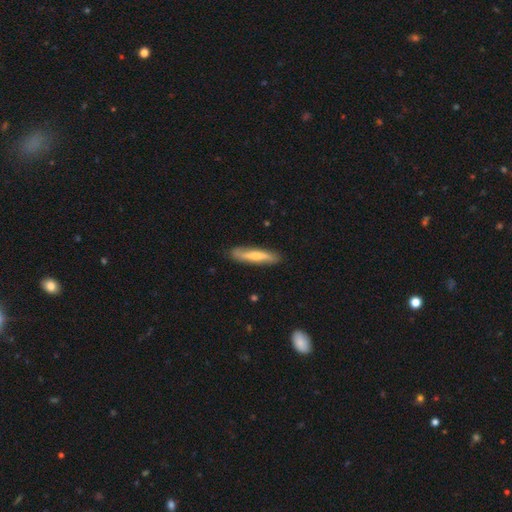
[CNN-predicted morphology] Smooth or featured?
  - smooth: 52% *
  - featured or disk: 42%
  - star or artifact: 5%
How rounded?
  - cigar-shaped: 84% *
  - in between: 14%
  - round: 2%
Merging?
  - none: 82% *
  - minor disturbance: 13%
  - major disturbance: 3%
  - merger: 2%